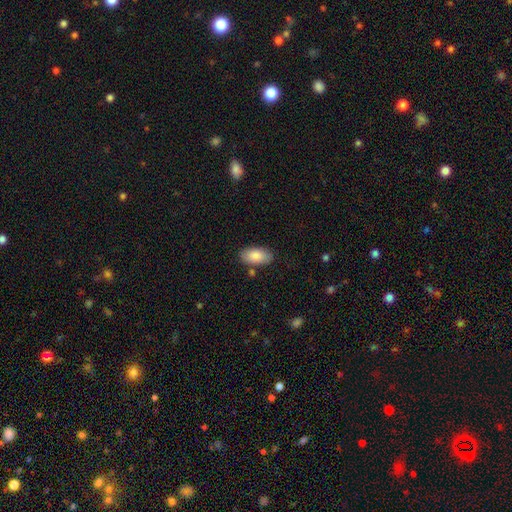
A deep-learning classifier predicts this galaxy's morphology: Smooth or featured? Predicted: smooth (p=0.85). How rounded? Predicted: in between (p=0.94). Merging? Predicted: none (p=0.79).